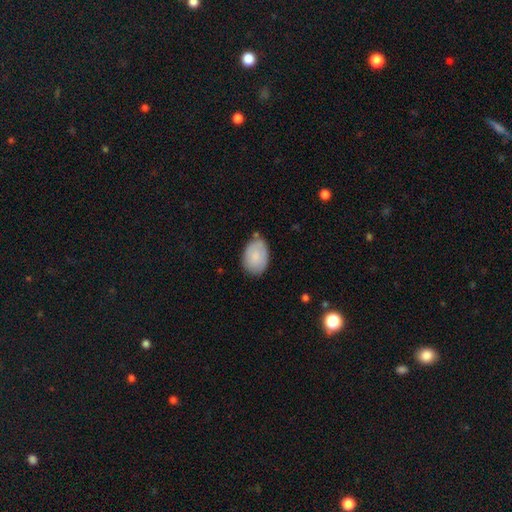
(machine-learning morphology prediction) Smooth or featured? Predicted: smooth (p=0.82). How rounded? Predicted: in between (p=0.85). Merging? Predicted: none (p=0.70).